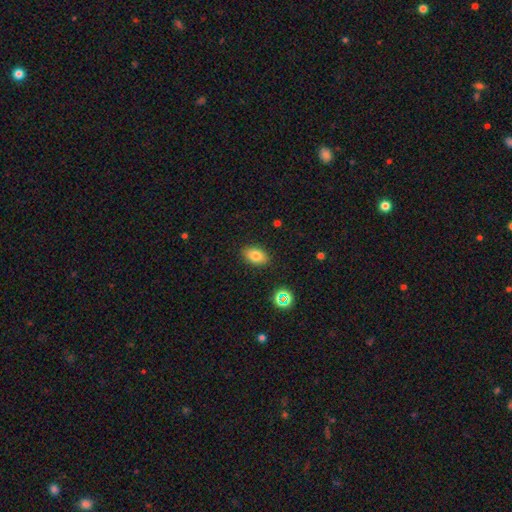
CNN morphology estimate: smooth_or_featured: smooth (p=0.79) [alt: star or artifact p=0.11]
how_rounded: in between (p=0.88) [alt: round p=0.10]
merging: none (p=0.87) [alt: minor disturbance p=0.09]